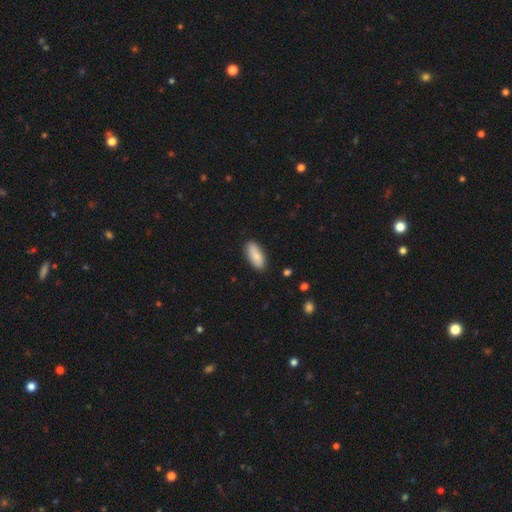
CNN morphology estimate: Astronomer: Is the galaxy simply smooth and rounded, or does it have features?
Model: smooth — 84%.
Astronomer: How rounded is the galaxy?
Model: in between — 81%.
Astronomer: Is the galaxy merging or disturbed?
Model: none — 85%.